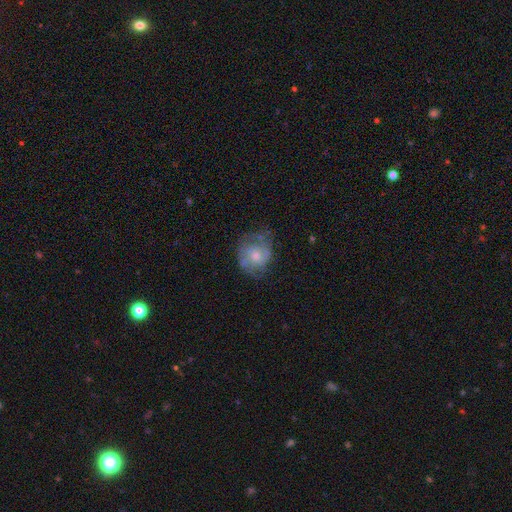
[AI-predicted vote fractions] Morphology: type=smooth (48%); merging=none (51%).